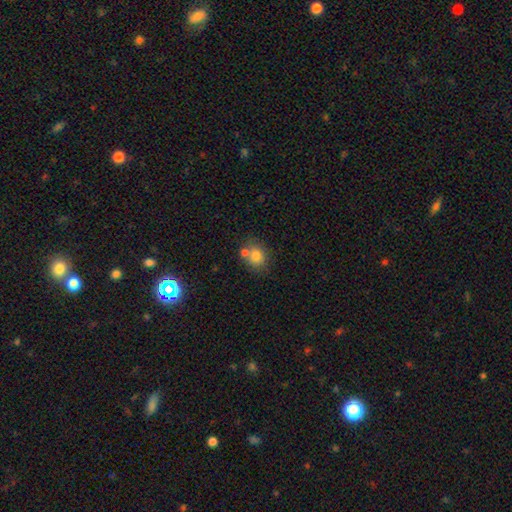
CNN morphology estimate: A smooth galaxy with no disk features (78%) that is round (68%). Merging: none (58%).